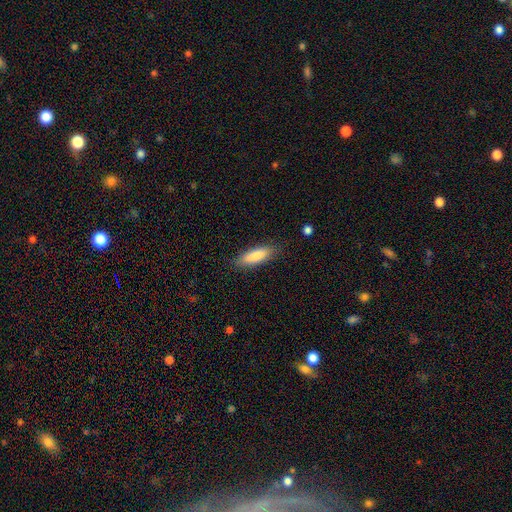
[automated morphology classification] smooth_or_featured: smooth (p=0.85) [alt: featured or disk p=0.09]
how_rounded: cigar-shaped (p=0.52) [alt: in between p=0.46]
merging: none (p=0.85) [alt: minor disturbance p=0.11]